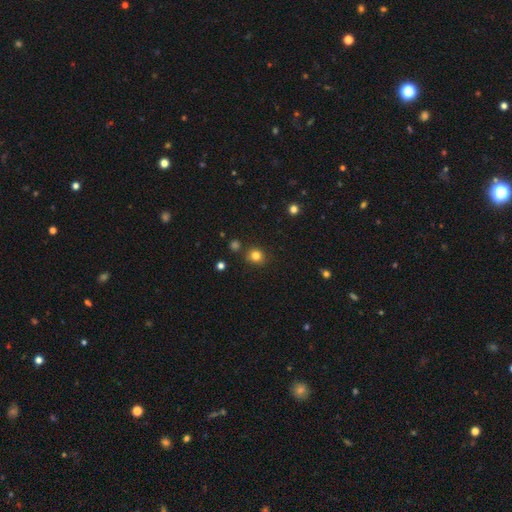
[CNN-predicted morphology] Q: Smooth or featured?
A: smooth (82%); runner-up: star or artifact (13%)
Q: How rounded?
A: round (87%); runner-up: in between (13%)
Q: Merging?
A: none (85%); runner-up: minor disturbance (8%)